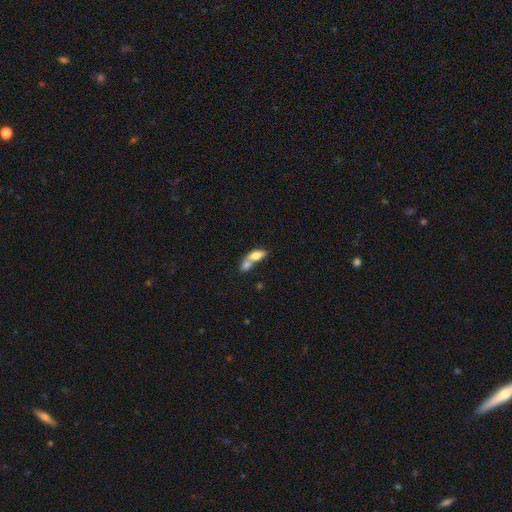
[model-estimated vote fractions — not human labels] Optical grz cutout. It shows a smooth galaxy with no disk features (71%) that is in between round and cigar-shaped (78%). Merging: merger (71%).